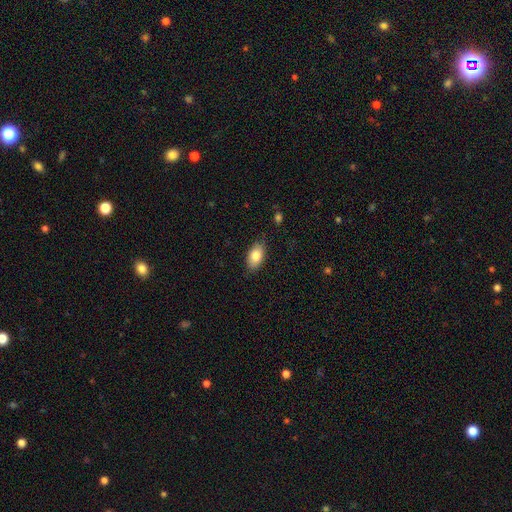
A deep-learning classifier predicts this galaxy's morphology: Q: Smooth or featured?
A: smooth (82%); runner-up: featured or disk (11%)
Q: How rounded?
A: in between (92%); runner-up: round (5%)
Q: Merging?
A: none (83%); runner-up: minor disturbance (13%)